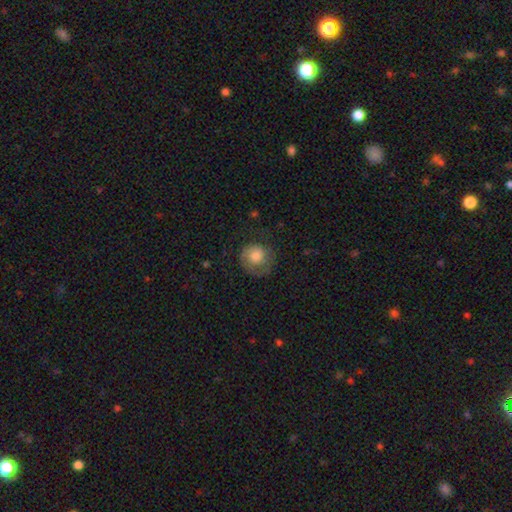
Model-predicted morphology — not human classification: smooth_or_featured: smooth (p=0.65) [alt: featured or disk p=0.28]
how_rounded: round (p=0.87) [alt: in between p=0.12]
merging: none (p=0.59) [alt: minor disturbance p=0.21]